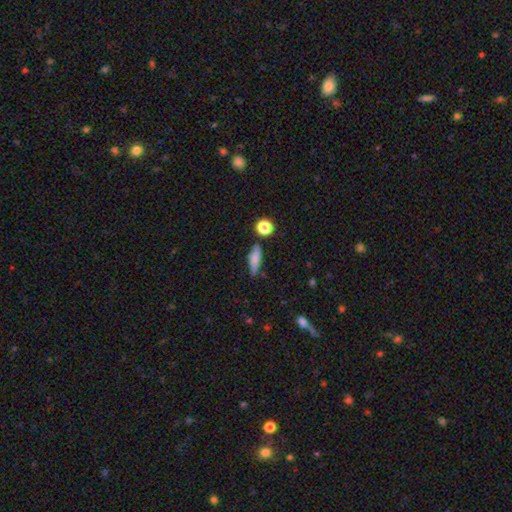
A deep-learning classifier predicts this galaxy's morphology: This appears to be a smooth galaxy with no disk features (73%) that is cigar-shaped (58%). Merging: none (74%).